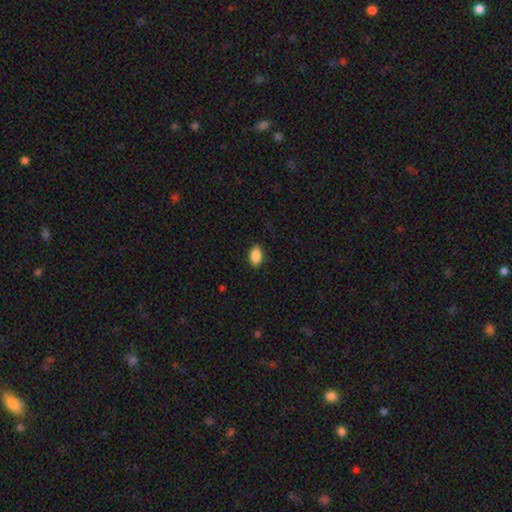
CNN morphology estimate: Overall: smooth (89%). How rounded: in between (91%). Merging: none (88%).